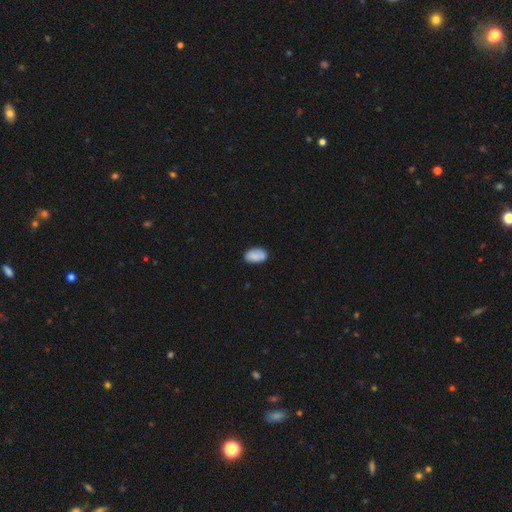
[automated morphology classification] Smooth or featured?
  - smooth: 80% *
  - featured or disk: 13%
  - star or artifact: 7%
How rounded?
  - in between: 91% *
  - round: 7%
  - cigar-shaped: 2%
Merging?
  - none: 76% *
  - minor disturbance: 17%
  - major disturbance: 3%
  - merger: 3%